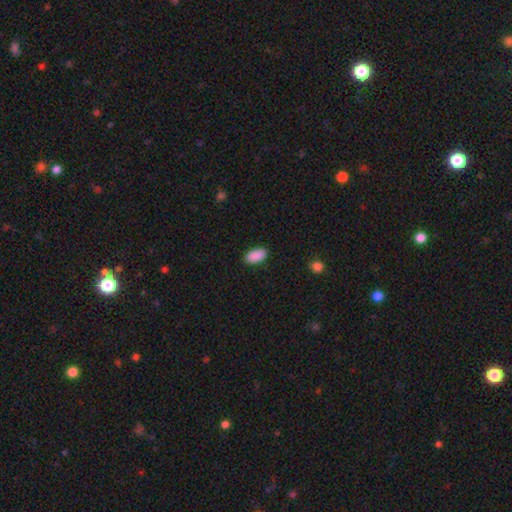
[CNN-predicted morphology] This is clearly a smooth galaxy (91%). How rounded: clearly in between (94%). Merging: clearly none (89%).